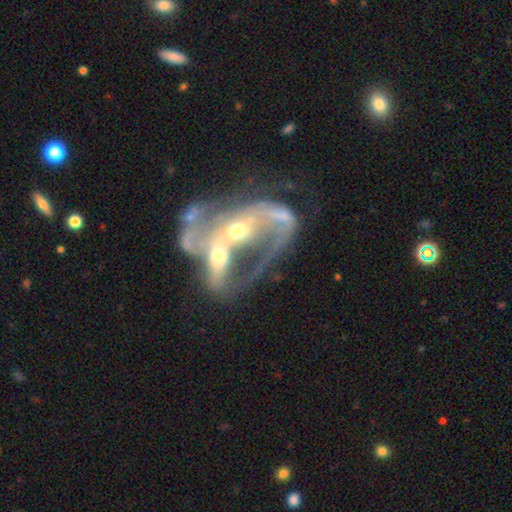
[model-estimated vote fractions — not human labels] Smooth or featured?
  - featured or disk: 80% *
  - smooth: 12%
  - star or artifact: 8%
Edge-on disk?
  - no: 96% *
  - yes: 4%
Bar?
  - no: 59% *
  - weak: 25%
  - strong: 17%
Spiral arms?
  - yes: 70% *
  - no: 30%
Spiral winding?
  - loose: 41% *
  - medium: 39%
  - tight: 19%
Spiral arm count?
  - 2: 44% *
  - can't tell: 24%
  - 1: 21%
  - 3: 6%
  - 4: 2%
  - more than 4: 2%
Bulge size?
  - moderate: 60% *
  - small: 29%
  - large: 5%
  - none: 5%
  - dominant: 2%
Merging?
  - merger: 73% *
  - major disturbance: 14%
  - none: 8%
  - minor disturbance: 5%